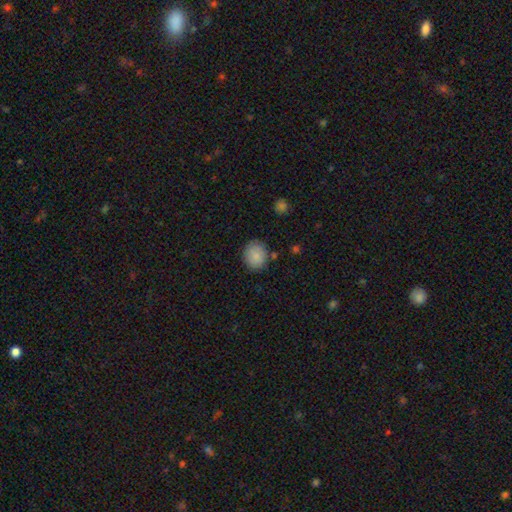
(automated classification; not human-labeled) The model was most divided on "how rounded": round: 69%, in between: 30%, cigar-shaped: 1%. More confident: smooth or featured — smooth (86%); merging — none (82%).